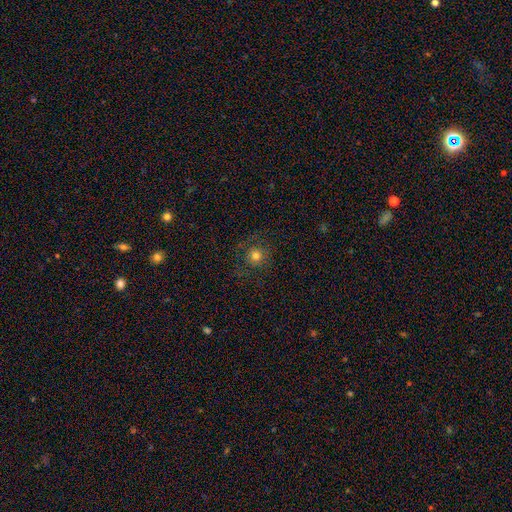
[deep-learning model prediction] Smooth or featured: smooth — 74% (star or artifact — 15%)
How rounded: round — 94% (in between — 5%)
Merging: none — 81% (minor disturbance — 11%)